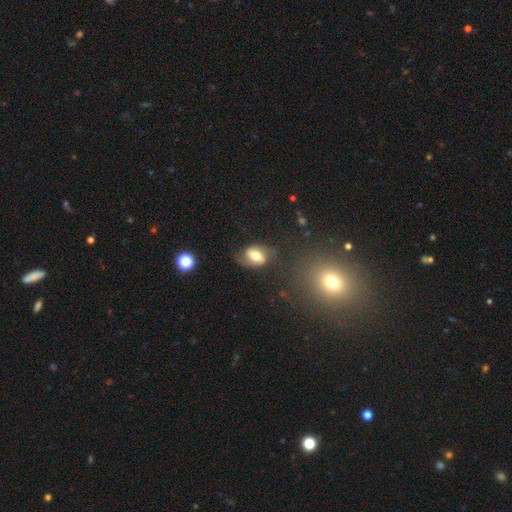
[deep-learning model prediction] This appears to be a featured or disk galaxy (47%). Merging: none (63%).